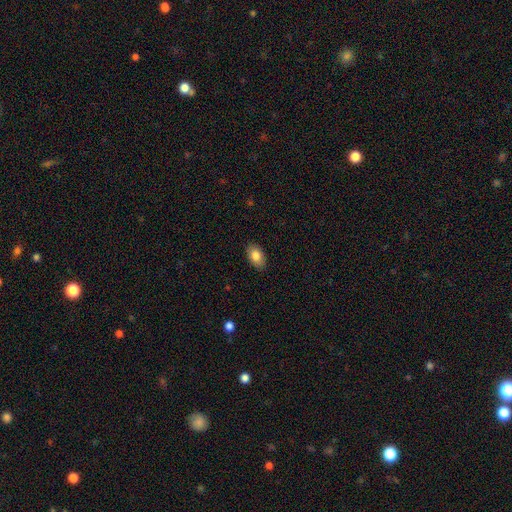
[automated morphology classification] smooth 84%, featured or disk 9%, star or artifact 7%. Down the decision tree: how rounded — in between (92%); merging — none (87%).